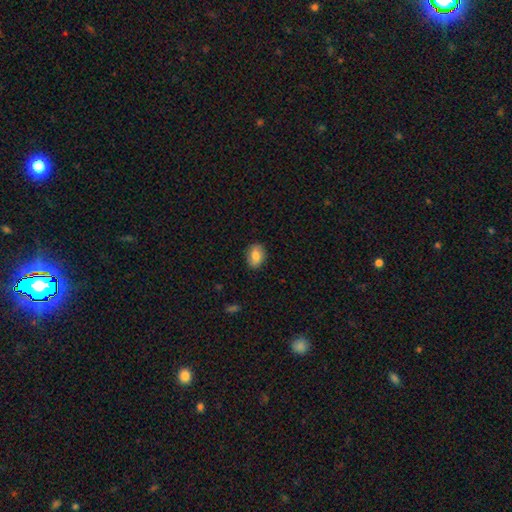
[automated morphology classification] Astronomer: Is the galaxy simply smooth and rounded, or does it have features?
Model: smooth — 84%.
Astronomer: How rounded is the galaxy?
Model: in between — 77%.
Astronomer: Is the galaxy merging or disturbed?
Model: none — 87%.